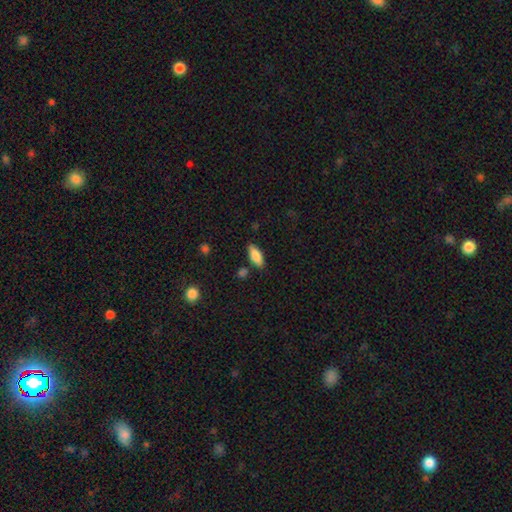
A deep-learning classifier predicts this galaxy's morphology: Smooth or featured? Predicted: smooth (p=0.84). How rounded? Predicted: in between (p=0.78). Merging? Predicted: none (p=0.83).